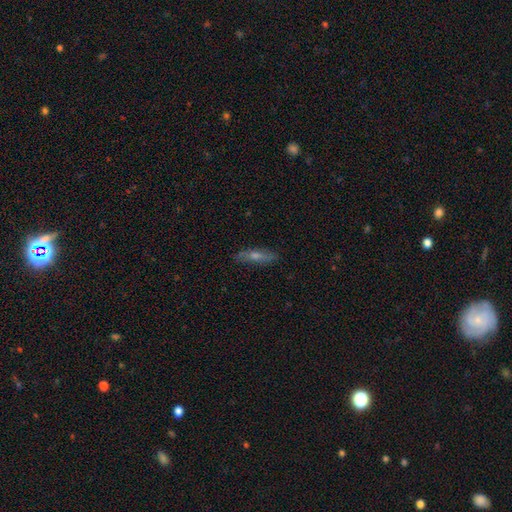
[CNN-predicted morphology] A featured or disk galaxy (45%, tied with smooth).

Vote fractions:
- Smooth or featured? featured or disk: 45% (tied) / smooth: 45% (tied) / star or artifact: 9%
- Merging? none: 85% / minor disturbance: 12% / major disturbance: 2% / merger: 1%